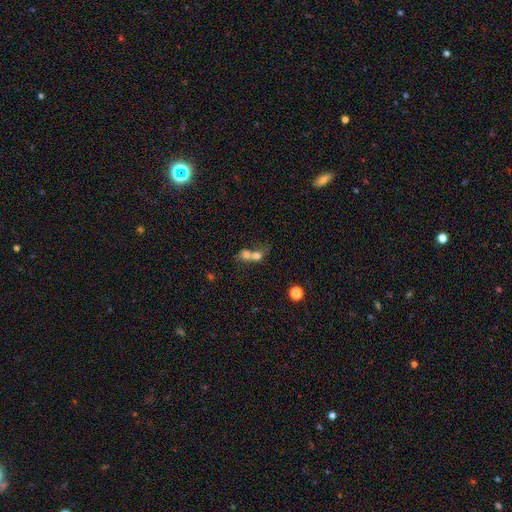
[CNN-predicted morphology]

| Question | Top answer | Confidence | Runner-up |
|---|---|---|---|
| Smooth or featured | smooth | 68% | featured or disk (20%) |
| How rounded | round | 53% | in between (45%) |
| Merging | merger | 74% | none (14%) |